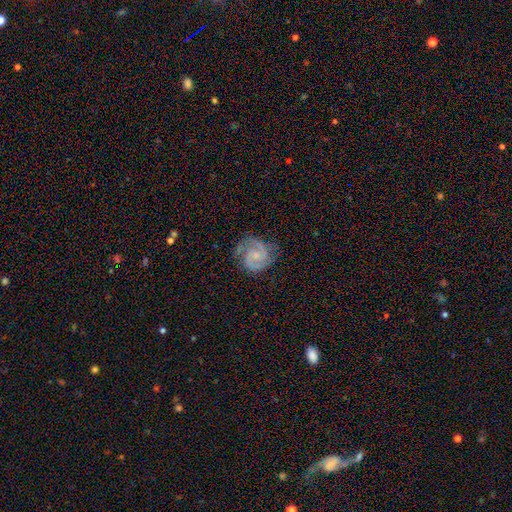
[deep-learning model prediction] A featured or disk galaxy (89%) with no bar (53%), 2 (88%) medium (50%) spiral arms (98%) and a small central bulge (62%).

Vote fractions:
- Smooth or featured? featured or disk: 89% / smooth: 6% / star or artifact: 5%
- Edge-on disk? no: 98% / yes: 2%
- Bar? no: 53% / weak: 39% / strong: 8%
- Spiral arms? yes: 98% / no: 2%
- Spiral winding? medium: 50% / tight: 43% / loose: 8%
- Spiral arm count? 2: 88% / 3: 5% / can't tell: 3% / 1: 2% / 4: 1% / more than 4: 1%
- Bulge size? small: 62% / moderate: 20% / none: 16% / large: 1% / dominant: 1%
- Merging? none: 75% / minor disturbance: 18% / major disturbance: 6% / merger: 1%